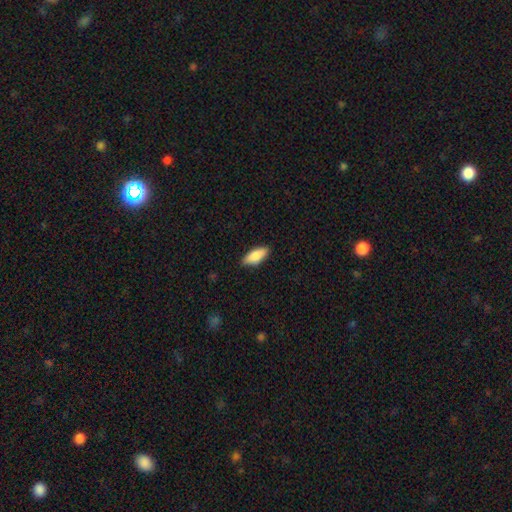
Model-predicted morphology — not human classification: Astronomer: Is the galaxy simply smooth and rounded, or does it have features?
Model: smooth — 84%.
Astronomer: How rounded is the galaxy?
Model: in between — 78%.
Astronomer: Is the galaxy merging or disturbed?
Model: none — 87%.